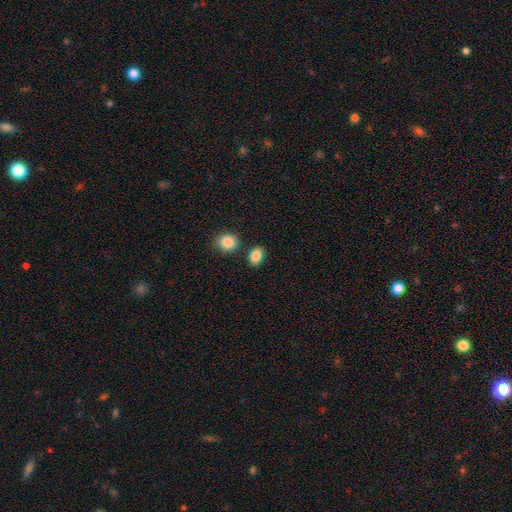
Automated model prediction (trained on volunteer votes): smooth-or-featured: smooth: 87% | star or artifact: 9% | featured or disk: 4%
  how-rounded: in between: 69% | round: 30% | cigar-shaped: 1%
  merging: none: 79% | minor disturbance: 10% | merger: 8% | major disturbance: 3%